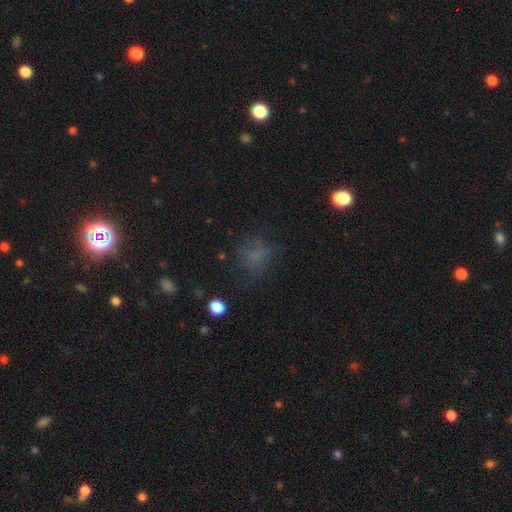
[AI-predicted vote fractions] Smooth or featured: smooth — 58% (star or artifact — 24%)
How rounded: round — 62% (in between — 37%)
Merging: none — 57% (major disturbance — 20%)